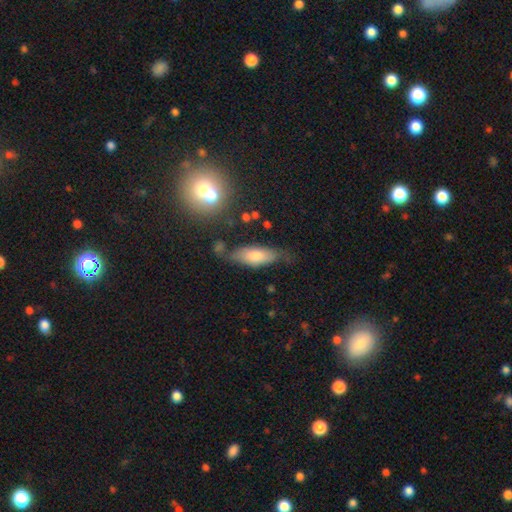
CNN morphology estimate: smooth_or_featured: smooth (p=0.65) [alt: featured or disk p=0.27]
how_rounded: in between (p=0.65) [alt: cigar-shaped p=0.32]
merging: none (p=0.62) [alt: minor disturbance p=0.25]